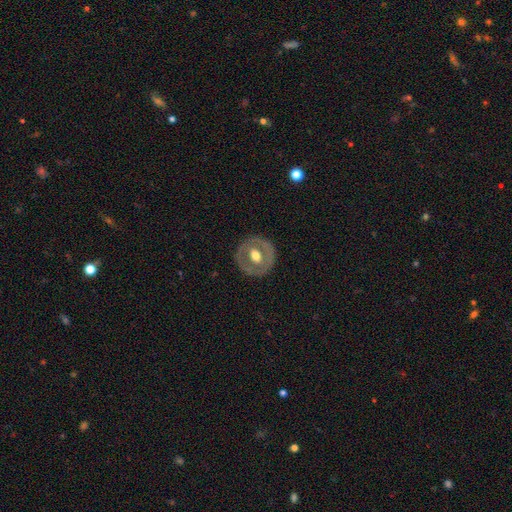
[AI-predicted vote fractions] smooth_or_featured: featured or disk (p=0.56) [alt: smooth p=0.38]
disk_edge_on: no (p=0.94) [alt: yes p=0.06]
bar: no (p=0.64) [alt: weak p=0.25]
has_spiral_arms: no (p=0.88) [alt: yes p=0.12]
bulge_size: moderate (p=0.71) [alt: large p=0.21]
merging: none (p=0.84) [alt: minor disturbance p=0.11]